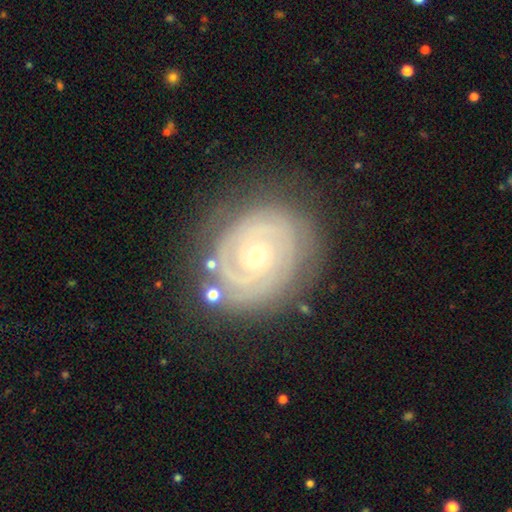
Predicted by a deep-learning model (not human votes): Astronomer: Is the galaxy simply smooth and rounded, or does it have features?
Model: featured or disk — 87%.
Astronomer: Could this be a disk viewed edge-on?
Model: no — 97%.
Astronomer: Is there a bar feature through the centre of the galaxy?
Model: no — 79%.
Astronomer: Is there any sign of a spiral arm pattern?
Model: yes — 96%.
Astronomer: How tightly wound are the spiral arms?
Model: tight — 83%.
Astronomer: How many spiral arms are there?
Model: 2 — 43% (runner-up: can't tell, 21%).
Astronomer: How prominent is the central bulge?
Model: small — 69%.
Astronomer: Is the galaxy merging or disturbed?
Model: none — 79%.